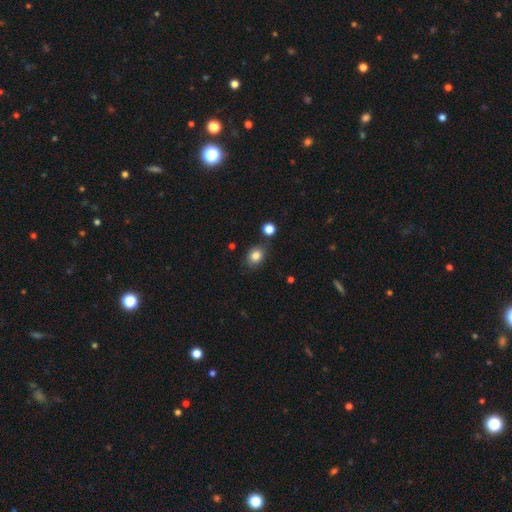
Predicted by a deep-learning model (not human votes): Smooth or featured: smooth — 83% (star or artifact — 10%)
How rounded: round — 50% (in between — 49%)
Merging: none — 74% (minor disturbance — 16%)